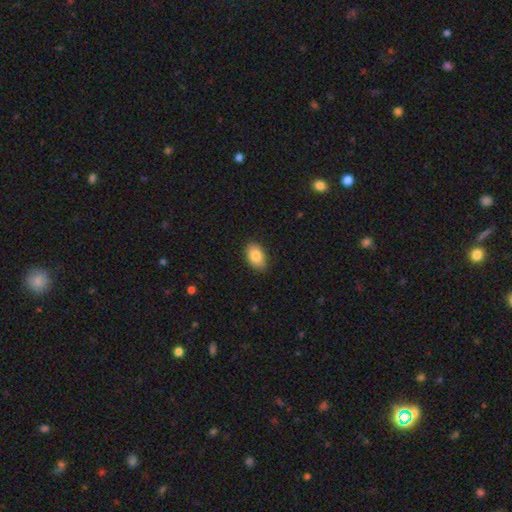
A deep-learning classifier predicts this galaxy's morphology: Smooth or featured: smooth — 86% (featured or disk — 7%)
How rounded: in between — 91% (round — 8%)
Merging: none — 87% (minor disturbance — 10%)